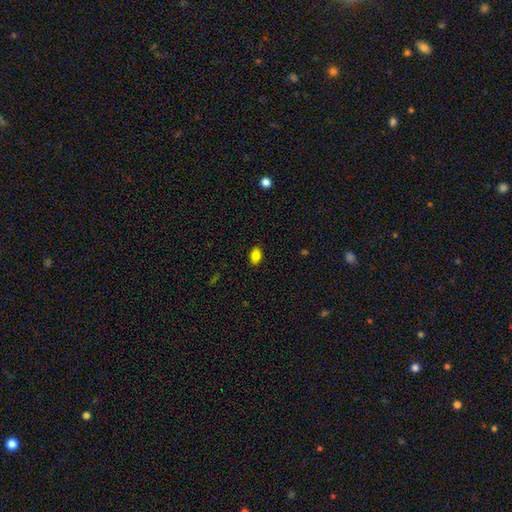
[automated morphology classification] smooth 86%, star or artifact 9%, featured or disk 5%. Down the decision tree: how rounded — in between (90%); merging — none (88%).